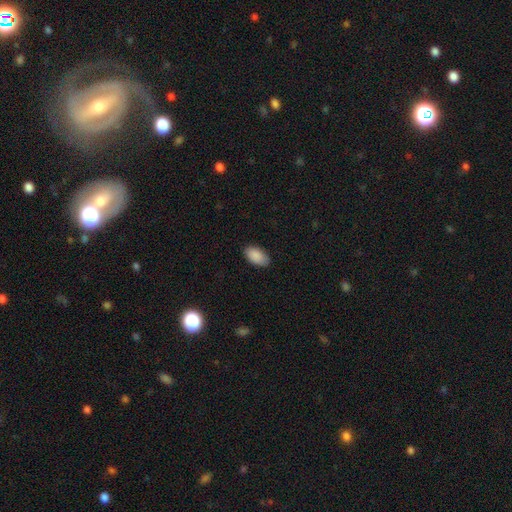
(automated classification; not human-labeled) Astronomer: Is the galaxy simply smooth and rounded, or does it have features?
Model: smooth — 90%.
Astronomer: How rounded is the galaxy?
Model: in between — 95%.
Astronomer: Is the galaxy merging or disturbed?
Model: none — 86%.